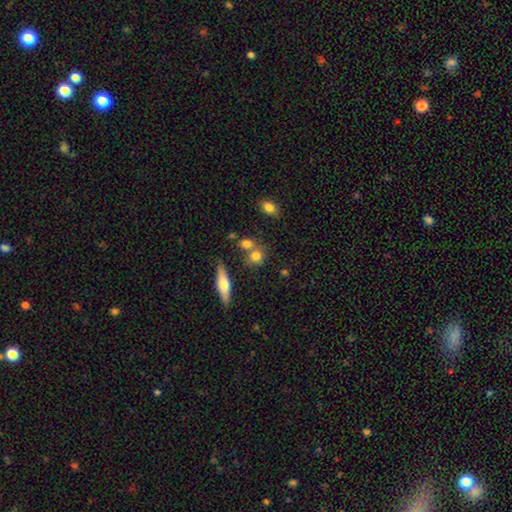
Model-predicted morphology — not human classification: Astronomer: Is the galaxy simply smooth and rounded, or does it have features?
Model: smooth — 74%.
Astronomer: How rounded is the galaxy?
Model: round — 70%.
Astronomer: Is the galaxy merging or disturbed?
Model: none — 54% (runner-up: merger, 30%).